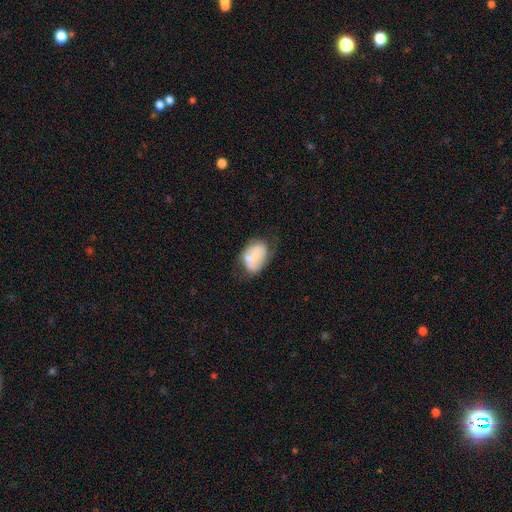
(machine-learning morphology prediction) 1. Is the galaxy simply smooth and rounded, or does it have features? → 55% smooth, 38% featured or disk, 8% star or artifact.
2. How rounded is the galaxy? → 83% in between, 16% round, 1% cigar-shaped.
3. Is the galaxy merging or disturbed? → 40% none, 31% minor disturbance, 16% major disturbance, 13% merger.